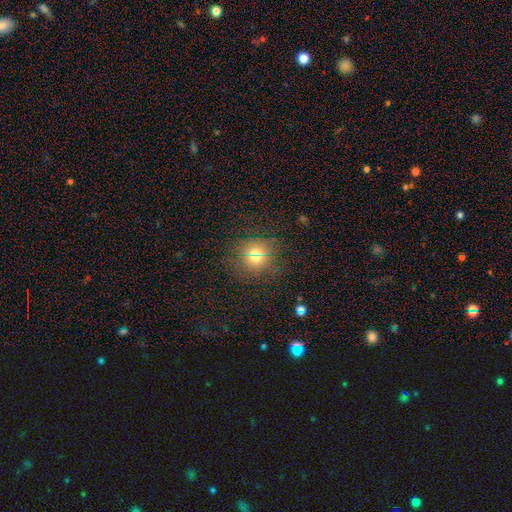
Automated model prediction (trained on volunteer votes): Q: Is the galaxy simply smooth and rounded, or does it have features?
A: smooth — 67%.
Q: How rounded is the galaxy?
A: round — 89%.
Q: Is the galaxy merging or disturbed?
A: none — 81%.